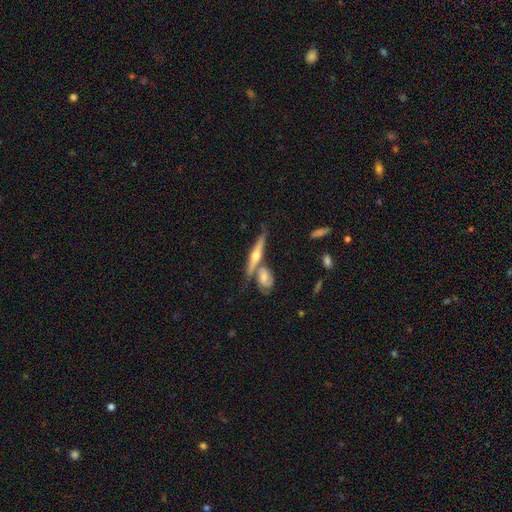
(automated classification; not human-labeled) This is likely a featured or disk galaxy (76%). It is clearly viewed edge-on (95%). Edge-on bulge: clearly rounded (92%). Merging: possibly none (60%).